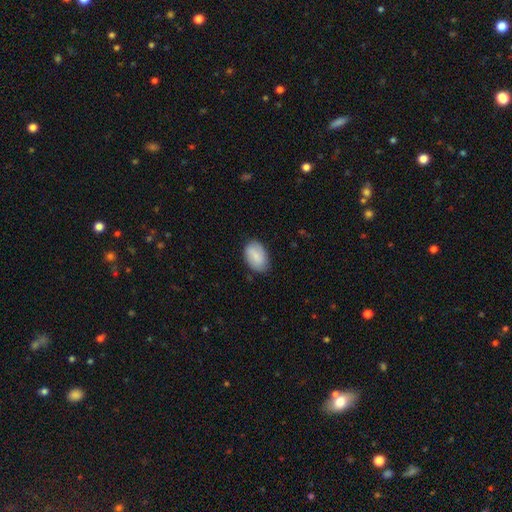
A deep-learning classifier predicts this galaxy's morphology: A smooth galaxy with no disk features (80%) that is in between round and cigar-shaped (90%).

Vote fractions:
- Smooth or featured? smooth: 80% / featured or disk: 14% / star or artifact: 6%
- How rounded? in between: 90% / round: 9% / cigar-shaped: 1%
- Merging? none: 78% / minor disturbance: 18% / major disturbance: 3% / merger: 1%